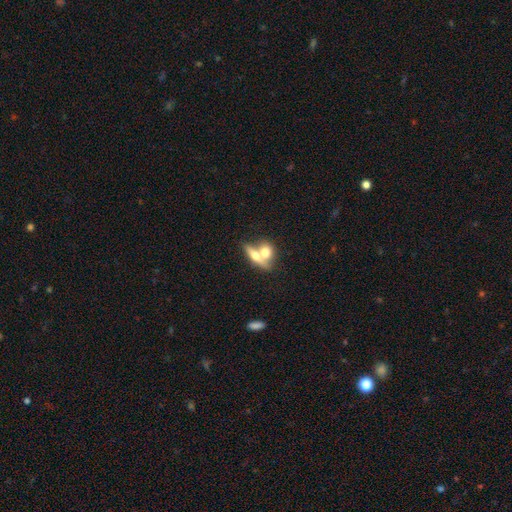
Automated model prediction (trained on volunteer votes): Overall: smooth (61%; featured or disk 32%). How rounded: in between (58%; round 21%). Merging: merger (62%; none 27%).